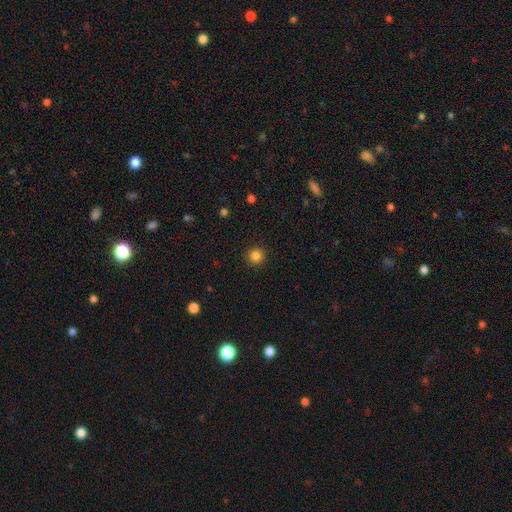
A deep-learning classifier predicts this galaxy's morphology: smooth-or-featured: smooth: 84% | star or artifact: 12% | featured or disk: 4%
  how-rounded: round: 94% | in between: 5% | cigar-shaped: 1%
  merging: none: 92% | minor disturbance: 5% | major disturbance: 2% | merger: 1%